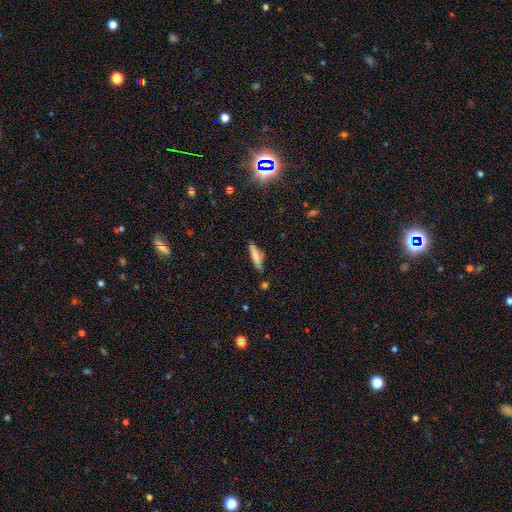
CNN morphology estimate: type=smooth (72%); roundness=cigar-shaped (60%); merging=none (65%).